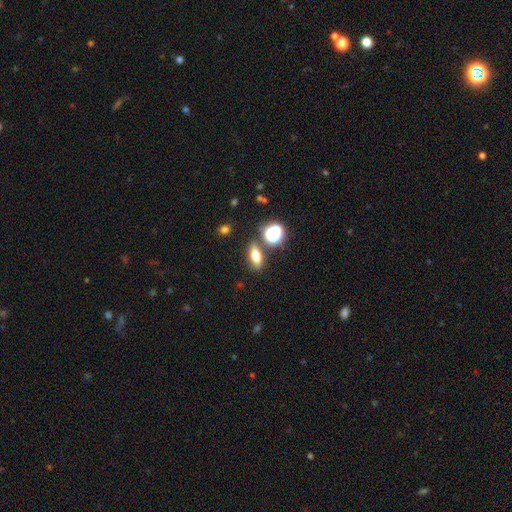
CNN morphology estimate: A smooth galaxy with no disk features (63%) that is in between round and cigar-shaped (57%). Merging: none (80%).